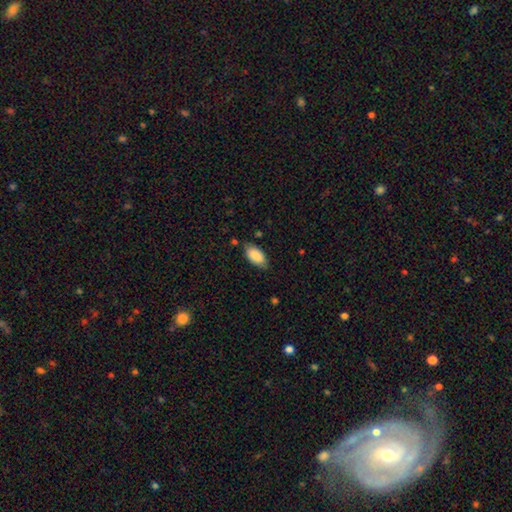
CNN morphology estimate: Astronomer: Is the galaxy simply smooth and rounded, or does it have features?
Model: smooth — 87%.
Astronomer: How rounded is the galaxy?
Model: in between — 93%.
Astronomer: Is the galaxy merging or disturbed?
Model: none — 77%.